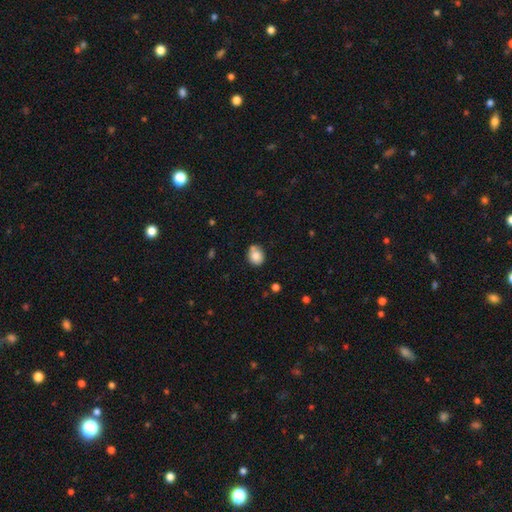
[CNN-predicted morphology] A smooth galaxy with no disk features (82%) that is round (65%).

Vote fractions:
- Smooth or featured? smooth: 82% / star or artifact: 9% / featured or disk: 9%
- How rounded? round: 65% / in between: 34% / cigar-shaped: 1%
- Merging? none: 69% / minor disturbance: 16% / merger: 12% / major disturbance: 3%